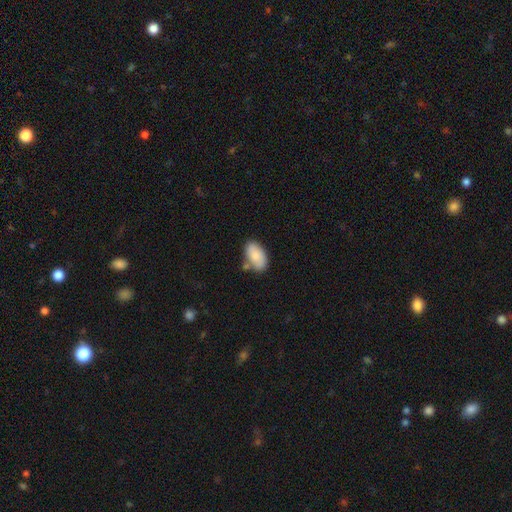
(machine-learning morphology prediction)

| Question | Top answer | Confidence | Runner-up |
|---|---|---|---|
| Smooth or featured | smooth | 80% | featured or disk (14%) |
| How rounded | in between | 94% | round (4%) |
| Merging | none | 61% | minor disturbance (20%) |